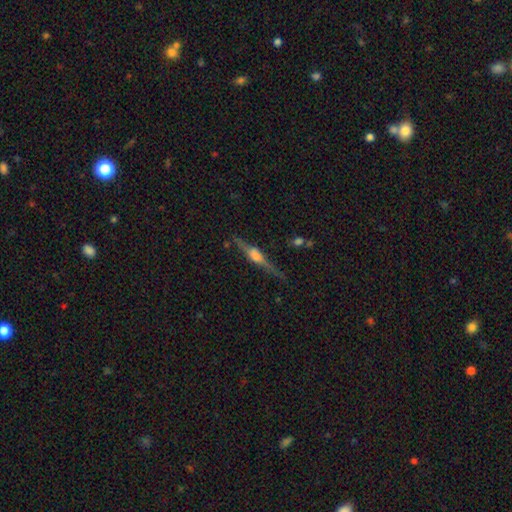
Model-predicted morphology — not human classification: This is likely a featured or disk galaxy (80%). It is clearly viewed edge-on (97%). Edge-on bulge: clearly rounded (89%). Merging: clearly none (84%).